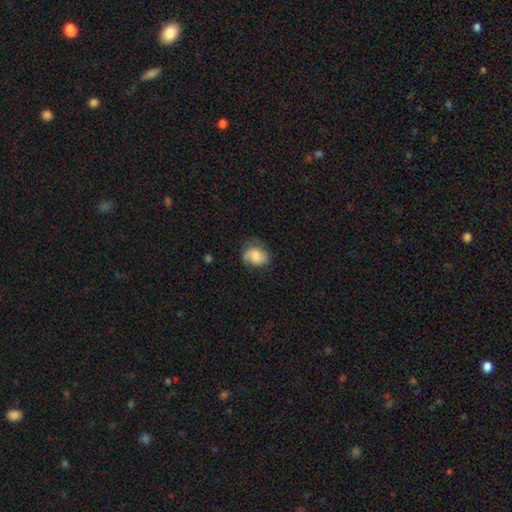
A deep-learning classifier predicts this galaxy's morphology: A smooth galaxy with no disk features (64%) that is in between round and cigar-shaped (56%). Merging: none (60%).